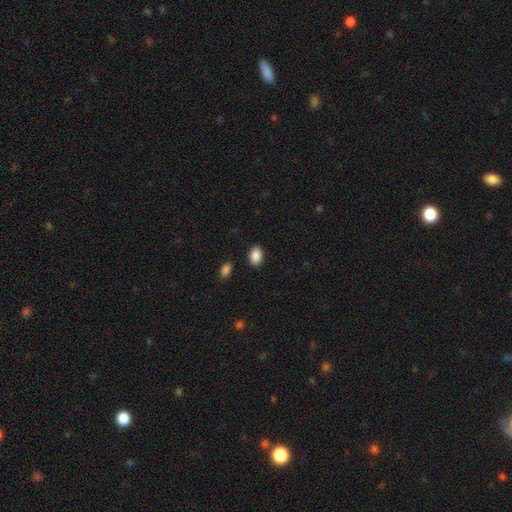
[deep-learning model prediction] smooth-or-featured: smooth: 89% | star or artifact: 7% | featured or disk: 4%
  how-rounded: in between: 84% | round: 15% | cigar-shaped: 1%
  merging: none: 87% | minor disturbance: 9% | major disturbance: 2% | merger: 2%